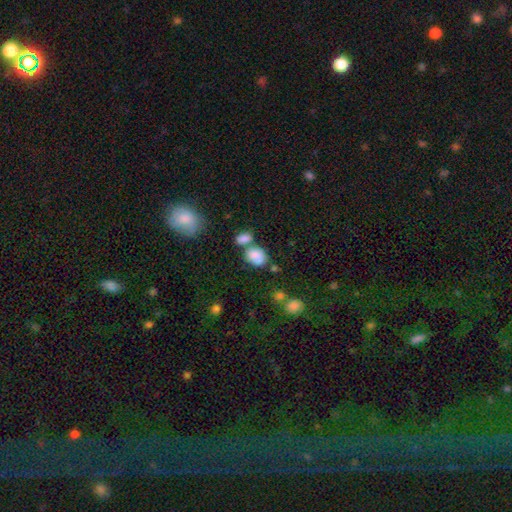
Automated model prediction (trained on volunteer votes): This appears to be a smooth galaxy with no disk features (82%) that is in between round and cigar-shaped (62%). Merging: none (43%).